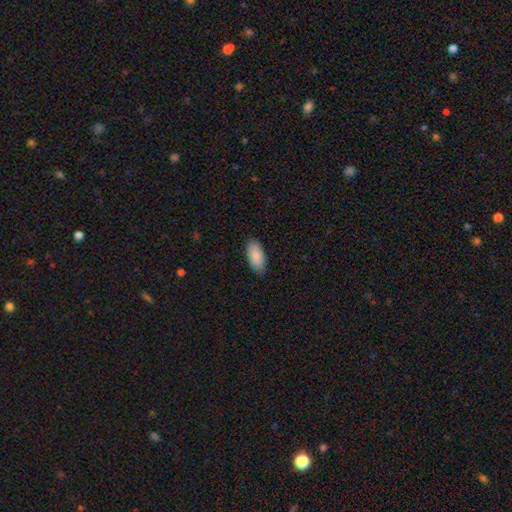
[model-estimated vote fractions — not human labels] smooth-or-featured: smooth: 89% | star or artifact: 6% | featured or disk: 5%
  how-rounded: in between: 92% | cigar-shaped: 6% | round: 2%
  merging: none: 82% | minor disturbance: 15% | major disturbance: 2% | merger: 1%